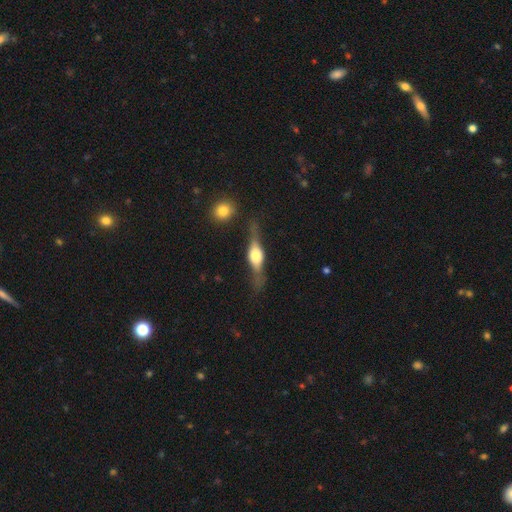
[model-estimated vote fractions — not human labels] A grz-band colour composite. It shows a featured or disk galaxy (73%) viewed edge-on (94%) with a rounded central bulge (87%). Merging: none (72%).